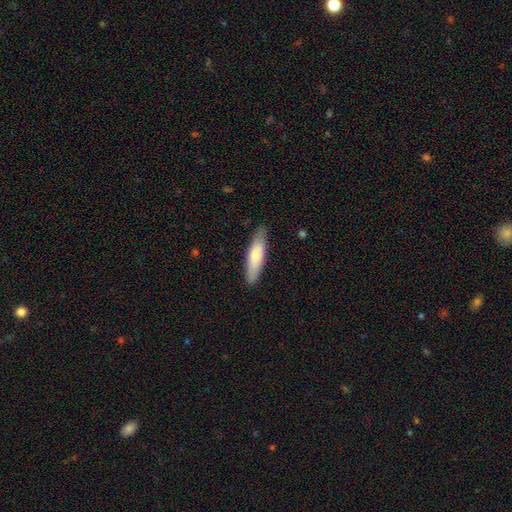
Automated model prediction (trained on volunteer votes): smooth 71%, featured or disk 24%, star or artifact 5%. Down the decision tree: how rounded — cigar-shaped (72%); merging — none (85%).